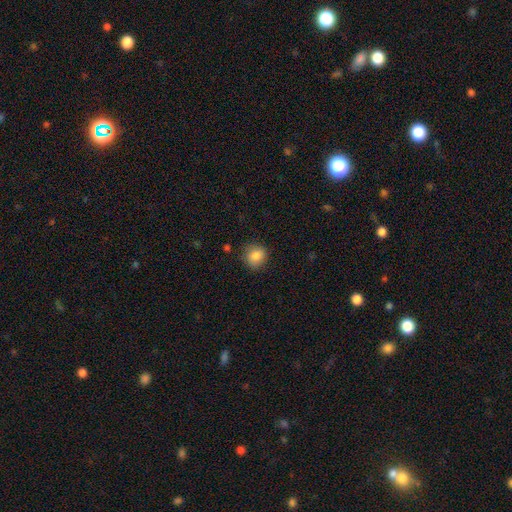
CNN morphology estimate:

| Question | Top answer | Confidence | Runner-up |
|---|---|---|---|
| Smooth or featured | smooth | 86% | star or artifact (9%) |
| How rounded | round | 84% | in between (15%) |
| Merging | none | 82% | minor disturbance (13%) |